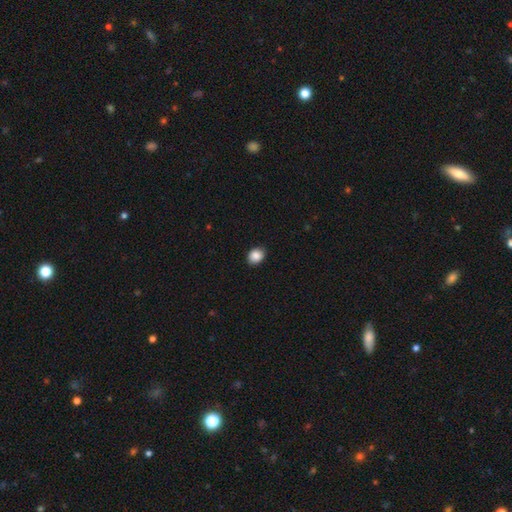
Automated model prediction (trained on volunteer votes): The model was most divided on "how rounded": round: 51%, in between: 48%, cigar-shaped: 1%. More confident: merging — none (88%); smooth or featured — smooth (88%).